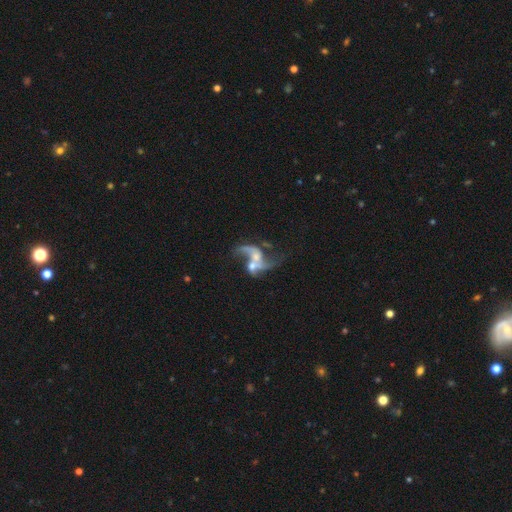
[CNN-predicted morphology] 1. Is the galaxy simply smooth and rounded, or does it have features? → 80% featured or disk, 11% smooth, 8% star or artifact.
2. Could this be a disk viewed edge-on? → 97% no, 3% yes.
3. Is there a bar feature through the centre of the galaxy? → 61% no, 30% weak, 9% strong.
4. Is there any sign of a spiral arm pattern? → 85% yes, 15% no.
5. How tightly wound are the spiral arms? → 84% loose, 14% medium, 3% tight.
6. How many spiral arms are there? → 79% 2, 9% 1, 5% can't tell, 4% 3, 2% 4, 2% more than 4.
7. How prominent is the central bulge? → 37% small (tied), 37% moderate (tied), 18% none, 6% large, 2% dominant.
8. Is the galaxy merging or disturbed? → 53% merger, 22% none, 16% major disturbance, 9% minor disturbance.